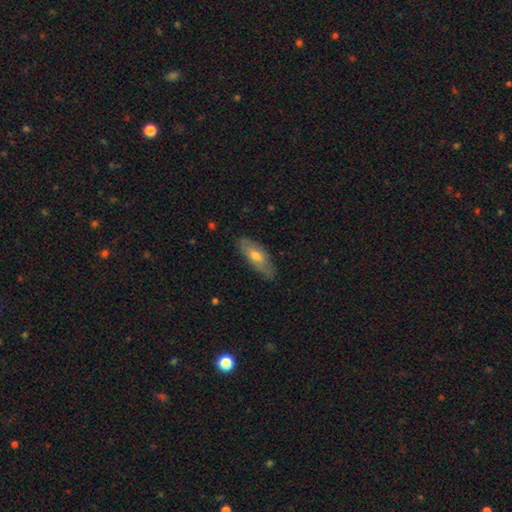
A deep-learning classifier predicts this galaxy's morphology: Smooth or featured: smooth — 56% (featured or disk — 38%)
How rounded: in between — 68% (cigar-shaped — 29%)
Merging: none — 79% (minor disturbance — 17%)